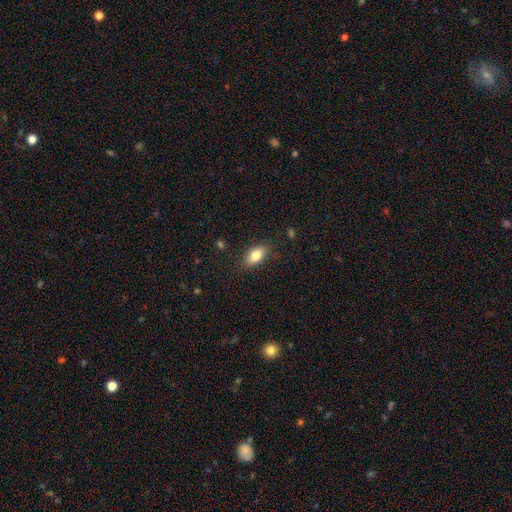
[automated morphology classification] Smooth or featured: smooth — 81% (featured or disk — 11%)
How rounded: in between — 87% (cigar-shaped — 8%)
Merging: none — 84% (minor disturbance — 12%)